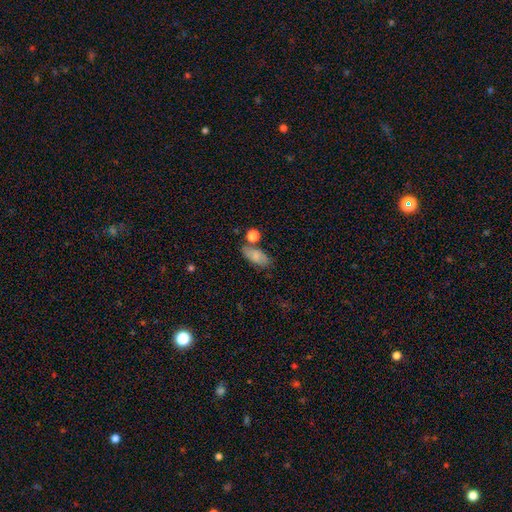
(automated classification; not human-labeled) A smooth galaxy with no disk features (73%) that is in between round and cigar-shaped (85%). Merging: none (61%).